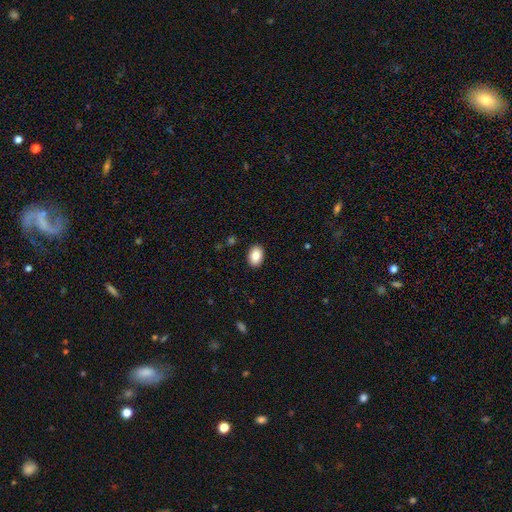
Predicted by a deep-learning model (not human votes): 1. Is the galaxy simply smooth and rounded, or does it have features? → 86% smooth, 8% star or artifact, 6% featured or disk.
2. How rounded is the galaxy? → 81% in between, 18% round, 1% cigar-shaped.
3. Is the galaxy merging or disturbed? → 90% none, 7% minor disturbance, 2% major disturbance, 1% merger.